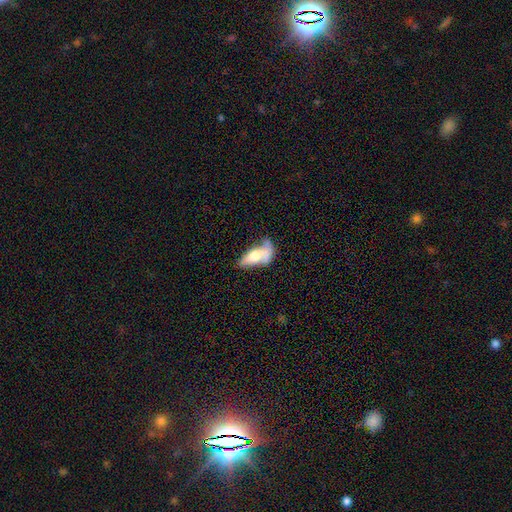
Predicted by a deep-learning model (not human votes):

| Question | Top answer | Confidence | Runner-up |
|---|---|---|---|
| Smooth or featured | smooth | 61% | featured or disk (31%) |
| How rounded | in between | 79% | cigar-shaped (17%) |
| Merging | major disturbance | 28% | merger (26%) |